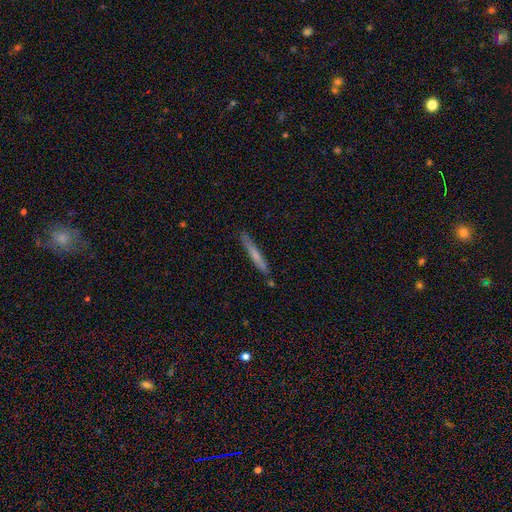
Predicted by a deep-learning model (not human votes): Smooth or featured: smooth — 62% (featured or disk — 32%)
How rounded: cigar-shaped — 96% (in between — 3%)
Merging: none — 83% (minor disturbance — 12%)